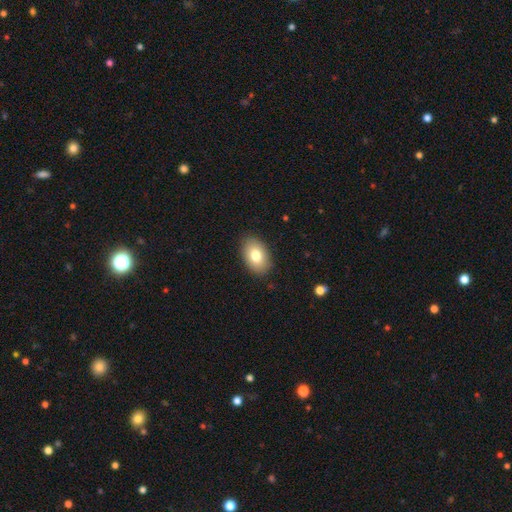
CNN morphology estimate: Smooth or featured? Predicted: smooth (p=0.79). How rounded? Predicted: in between (p=0.88). Merging? Predicted: none (p=0.87).